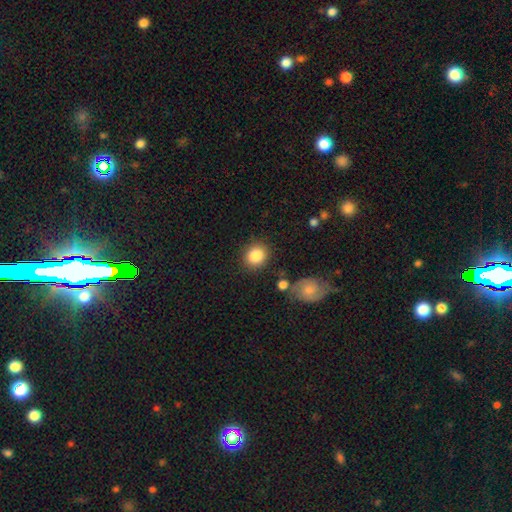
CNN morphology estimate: smooth_or_featured: smooth (p=0.86) [alt: star or artifact p=0.08]
how_rounded: round (p=0.75) [alt: in between p=0.24]
merging: none (p=0.82) [alt: minor disturbance p=0.10]